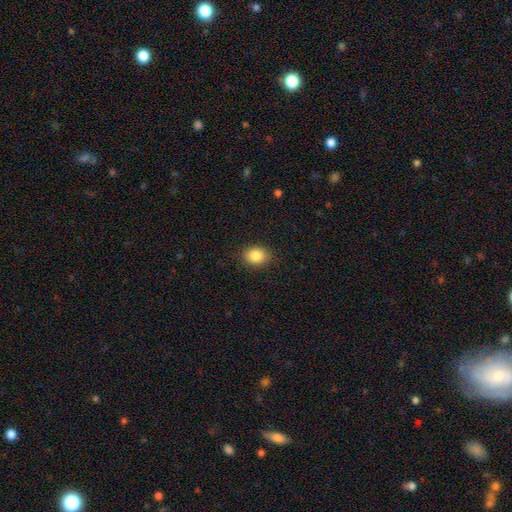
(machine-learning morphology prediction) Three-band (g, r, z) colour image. It shows a smooth galaxy with no disk features (85%) that is in between round and cigar-shaped (51%). Merging: none (88%).